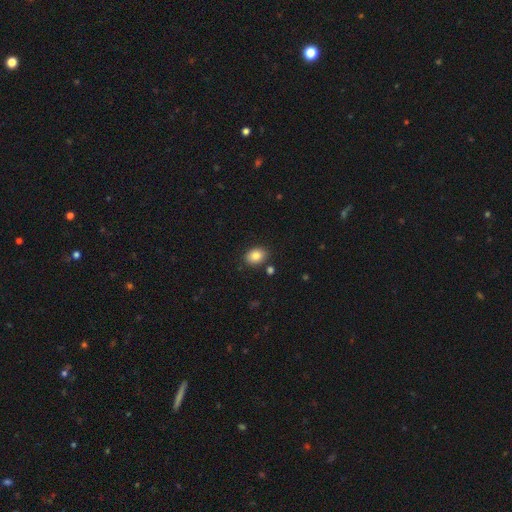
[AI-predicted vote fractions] This appears to be a smooth galaxy with no disk features (84%) that is in between round and cigar-shaped (72%). Merging: none (84%).